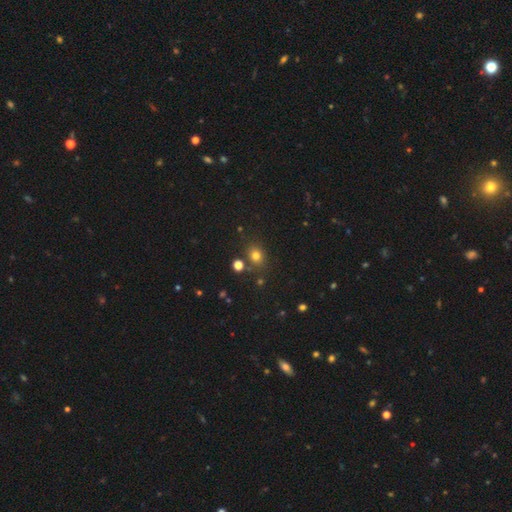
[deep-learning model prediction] This appears to be a smooth galaxy with no disk features (76%) that is round (59%). Merging: none (76%).